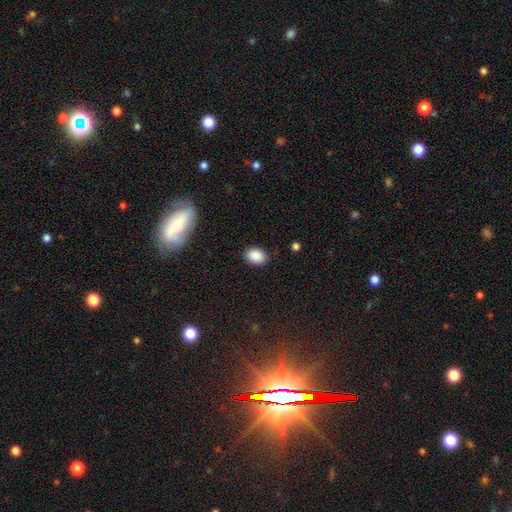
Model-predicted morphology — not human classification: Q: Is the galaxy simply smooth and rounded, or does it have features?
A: smooth — 88%.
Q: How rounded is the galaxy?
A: in between — 75%.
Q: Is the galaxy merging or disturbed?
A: none — 86%.